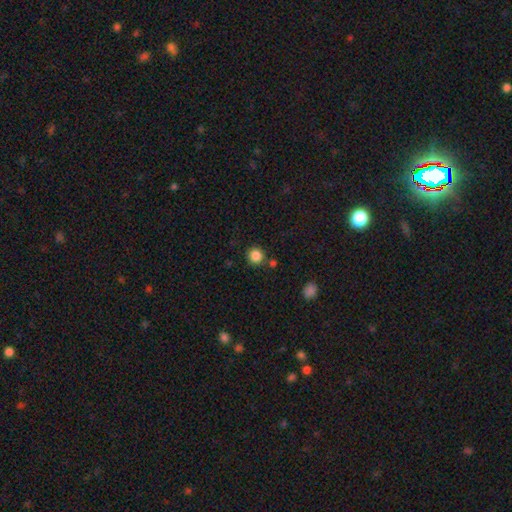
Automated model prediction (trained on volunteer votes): Smooth or featured? smooth (86%)
How rounded? round (93%)
Merging? none (82%)